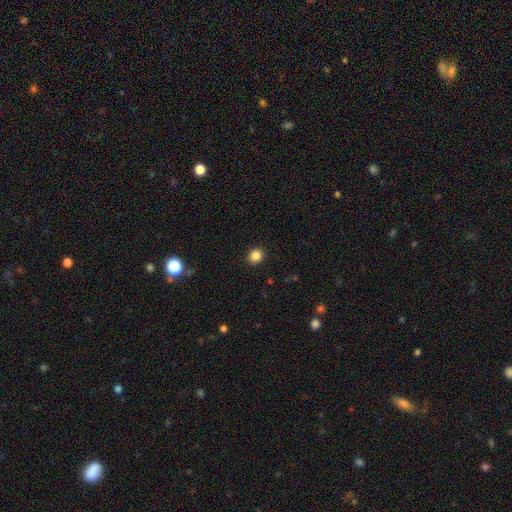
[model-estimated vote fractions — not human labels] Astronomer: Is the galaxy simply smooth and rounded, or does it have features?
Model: smooth — 86%.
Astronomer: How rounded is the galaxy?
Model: round — 77%.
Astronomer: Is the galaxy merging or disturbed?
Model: none — 92%.